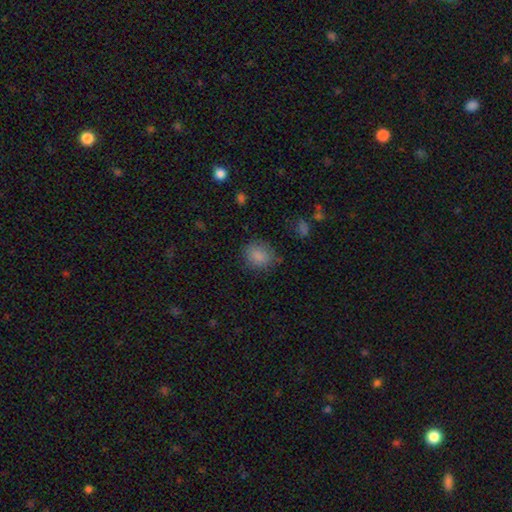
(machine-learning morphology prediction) smooth_or_featured: smooth (p=0.82) [alt: star or artifact p=0.13]
how_rounded: round (p=0.64) [alt: in between p=0.35]
merging: none (p=0.79) [alt: minor disturbance p=0.15]